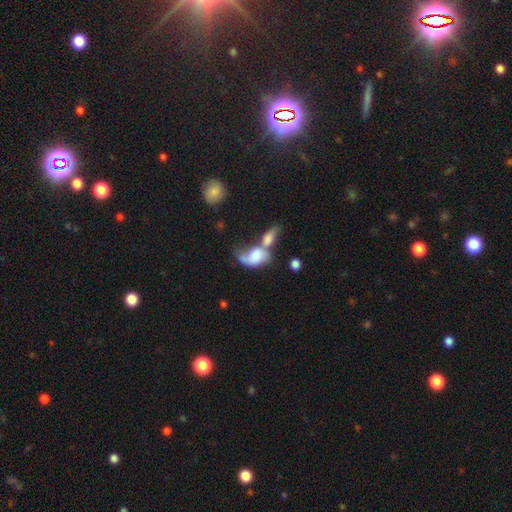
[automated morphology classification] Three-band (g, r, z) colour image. It shows a smooth galaxy with no disk features (59%) that is in between round and cigar-shaped (86%). Merging: merger (67%).